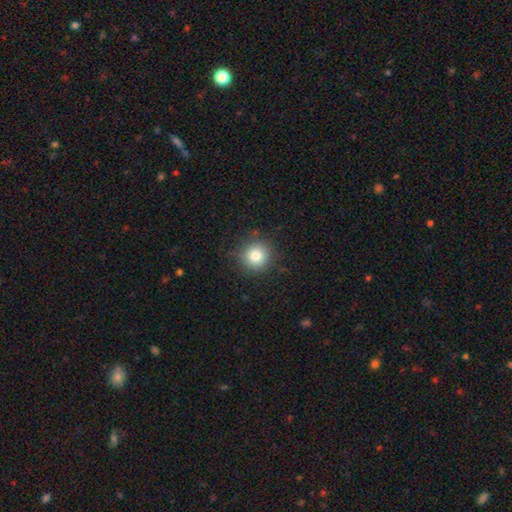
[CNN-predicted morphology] The model was most divided on "smooth or featured": smooth: 81%, star or artifact: 12%, featured or disk: 8%. More confident: how rounded — round (93%); merging — none (87%).